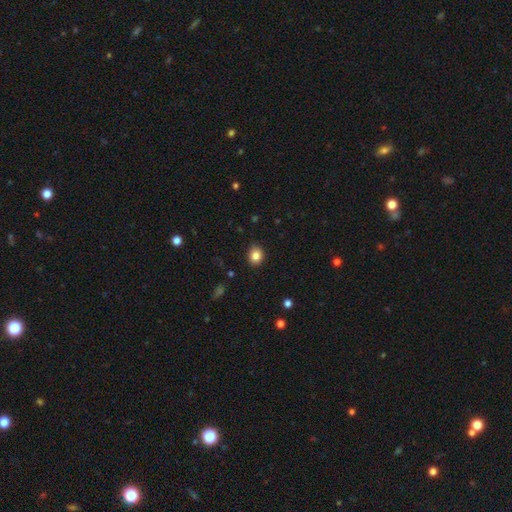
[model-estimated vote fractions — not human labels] smooth 84%, star or artifact 10%, featured or disk 6%. Down the decision tree: how rounded — round (70%); merging — none (87%).